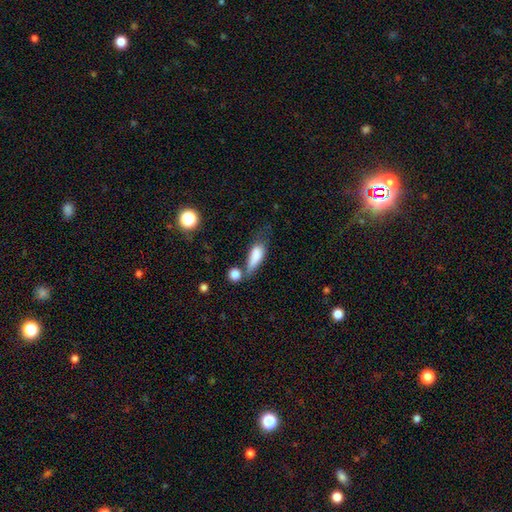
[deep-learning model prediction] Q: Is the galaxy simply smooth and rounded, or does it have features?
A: smooth — 77%.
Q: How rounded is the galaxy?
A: in between — 68%.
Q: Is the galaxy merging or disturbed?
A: none — 29%.